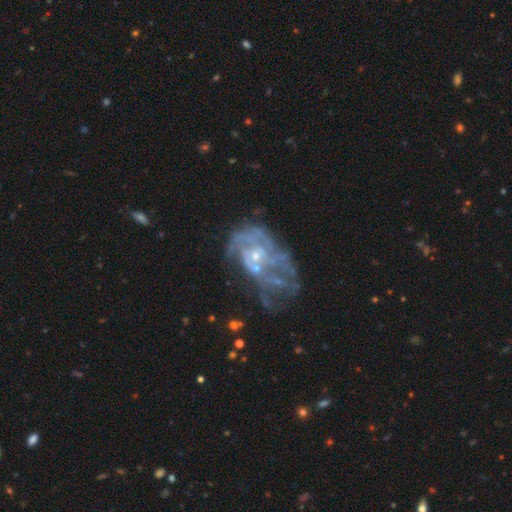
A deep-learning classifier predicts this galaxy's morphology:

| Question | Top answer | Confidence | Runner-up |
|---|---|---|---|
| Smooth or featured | featured or disk | 78% | smooth (12%) |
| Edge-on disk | no | 98% | yes (2%) |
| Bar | no | 74% | weak (22%) |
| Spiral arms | yes | 66% | no (34%) |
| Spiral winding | tight | 39% | medium (38%) |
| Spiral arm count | can't tell | 46% | 2 (21%) |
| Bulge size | small | 57% | moderate (28%) |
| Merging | major disturbance | 31% | tied: merger (31%) |